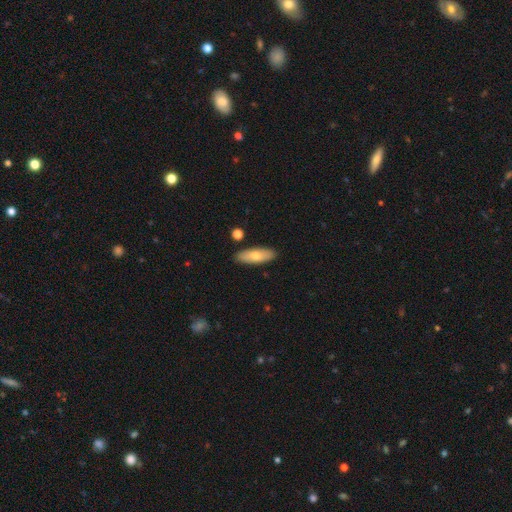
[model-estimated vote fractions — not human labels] Q: Smooth or featured?
A: smooth (72%); runner-up: featured or disk (22%)
Q: How rounded?
A: in between (62%); runner-up: cigar-shaped (35%)
Q: Merging?
A: none (87%); runner-up: minor disturbance (8%)